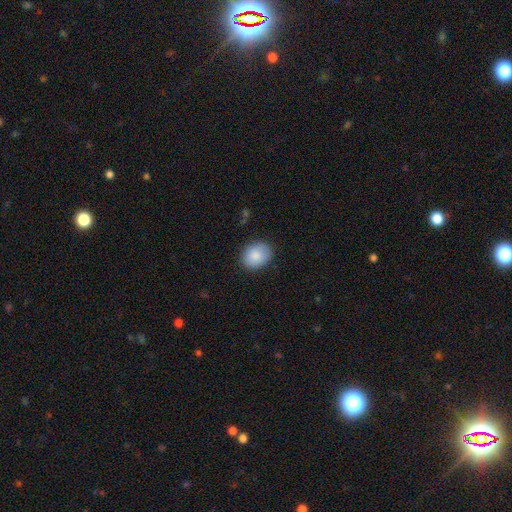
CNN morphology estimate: Smooth or featured: smooth — 87% (star or artifact — 7%)
How rounded: in between — 50% (round — 49%)
Merging: none — 86% (minor disturbance — 10%)